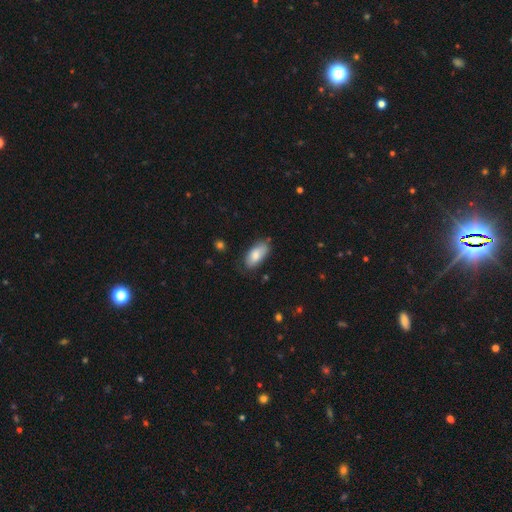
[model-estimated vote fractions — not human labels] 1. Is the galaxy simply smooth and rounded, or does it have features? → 80% smooth, 13% featured or disk, 6% star or artifact.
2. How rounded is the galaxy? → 90% in between, 8% cigar-shaped, 2% round.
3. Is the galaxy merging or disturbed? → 68% none, 25% minor disturbance, 5% major disturbance, 2% merger.